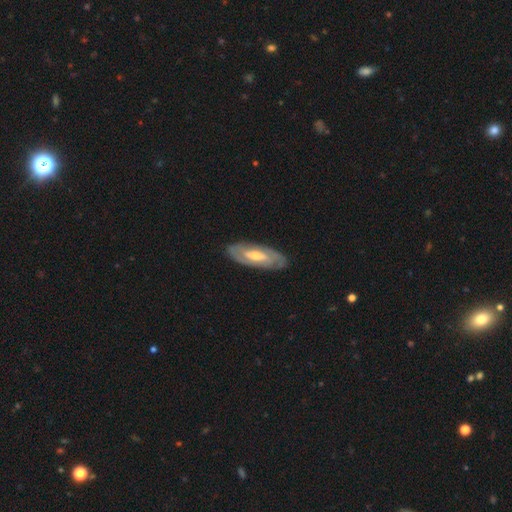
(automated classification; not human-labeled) A featured or disk galaxy (75%) with a weak bar (43%), spiral arms (79%) and a moderate central bulge (64%).

Vote fractions:
- Smooth or featured? featured or disk: 75% / smooth: 20% / star or artifact: 6%
- Edge-on disk? no: 84% / yes: 16%
- Bar? weak: 43% / no: 38% / strong: 20%
- Spiral arms? yes: 79% / no: 21%
- Bulge size? moderate: 64% / small: 30% / large: 4% / none: 1% / dominant: 1%
- Merging? none: 85% / minor disturbance: 11% / major disturbance: 3% / merger: 1%